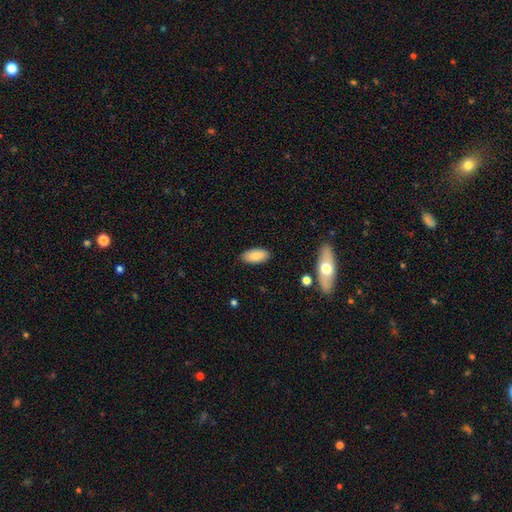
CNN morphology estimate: Smooth or featured: smooth — 83% (featured or disk — 10%)
How rounded: in between — 92% (cigar-shaped — 6%)
Merging: none — 87% (minor disturbance — 10%)